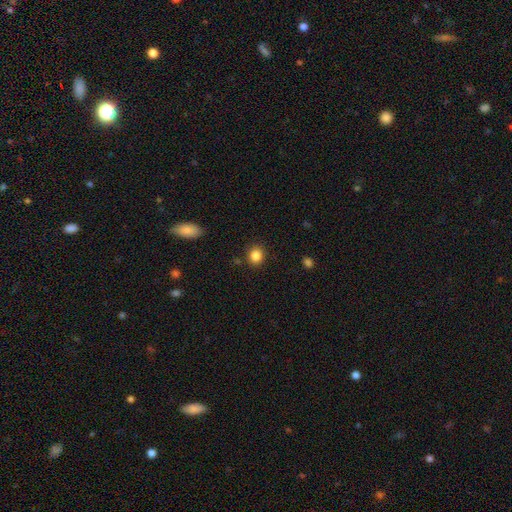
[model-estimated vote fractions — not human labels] Q: Smooth or featured?
A: smooth (85%); runner-up: star or artifact (11%)
Q: How rounded?
A: round (81%); runner-up: in between (18%)
Q: Merging?
A: none (88%); runner-up: minor disturbance (8%)